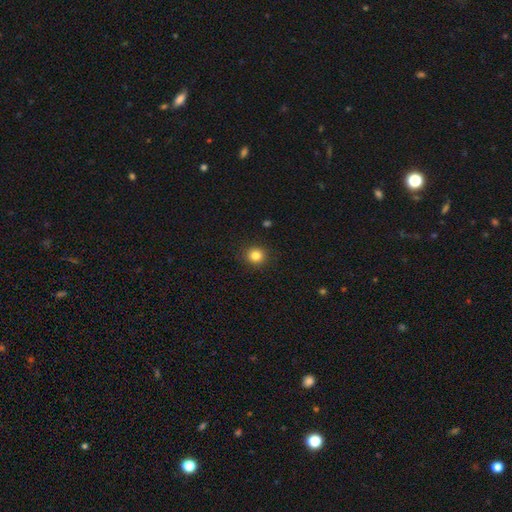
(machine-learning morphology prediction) The model was most divided on "smooth or featured": smooth: 84%, star or artifact: 11%, featured or disk: 5%. More confident: merging — none (90%); how rounded — round (88%).